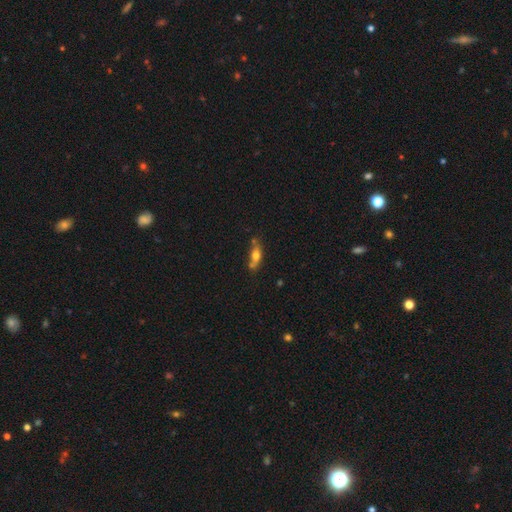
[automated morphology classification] The model was most divided on "how rounded": in between: 57%, cigar-shaped: 38%, round: 5%. More confident: smooth or featured — smooth (57%); merging — none (51%).